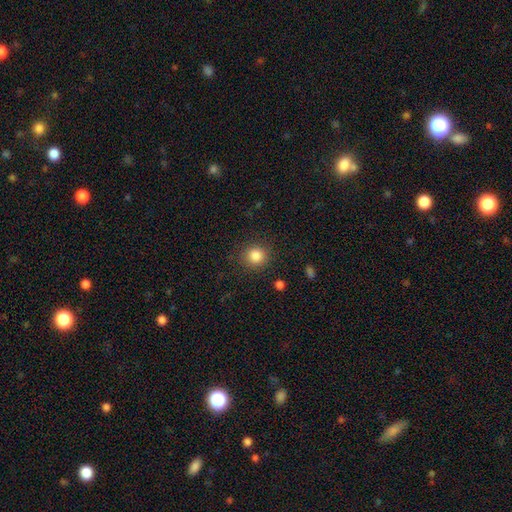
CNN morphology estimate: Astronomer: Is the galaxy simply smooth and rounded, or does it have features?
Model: smooth — 85%.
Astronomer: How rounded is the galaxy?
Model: round — 90%.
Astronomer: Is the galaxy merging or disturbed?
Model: none — 88%.